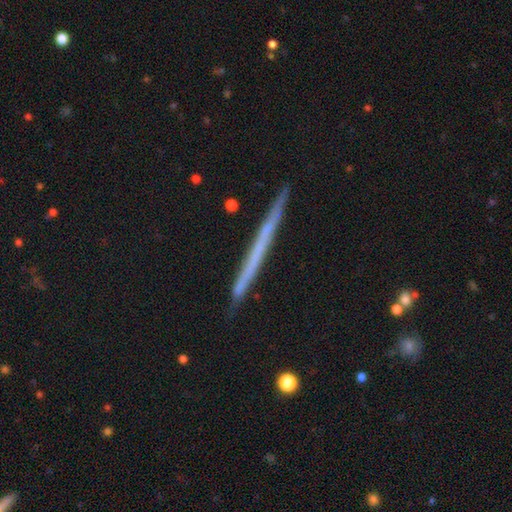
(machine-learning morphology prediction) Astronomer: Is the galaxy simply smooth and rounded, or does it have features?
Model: featured or disk — 55% (runner-up: smooth, 38%).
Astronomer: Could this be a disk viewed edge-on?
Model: yes — 97%.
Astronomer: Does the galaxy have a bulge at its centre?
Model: none — 93%.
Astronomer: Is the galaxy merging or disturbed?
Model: none — 91%.